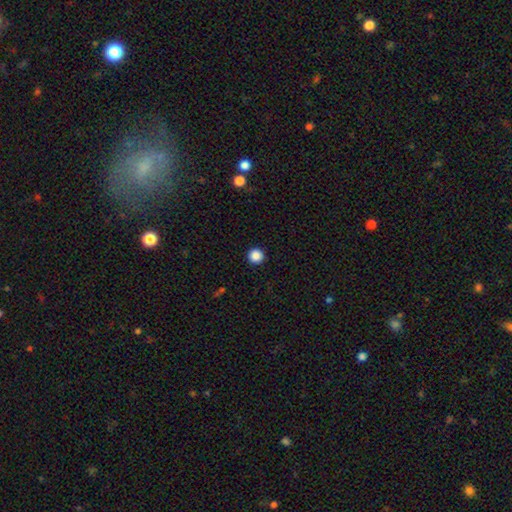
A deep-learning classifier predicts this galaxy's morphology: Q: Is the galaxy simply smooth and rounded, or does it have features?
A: smooth — 87%.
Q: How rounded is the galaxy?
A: round — 97%.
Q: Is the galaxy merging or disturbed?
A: none — 94%.